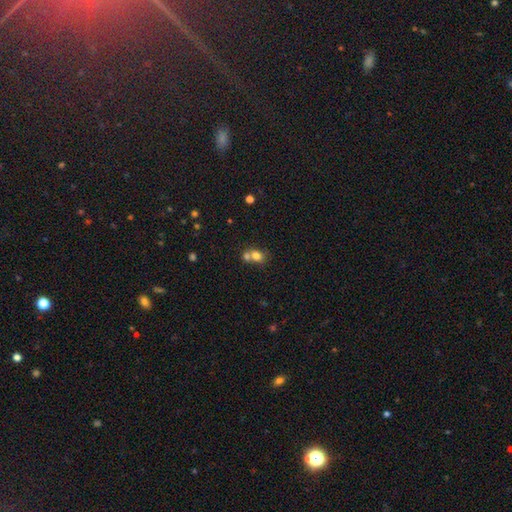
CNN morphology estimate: This appears to be a smooth galaxy with no disk features (75%) that is round (58%). Merging: merger (54%).